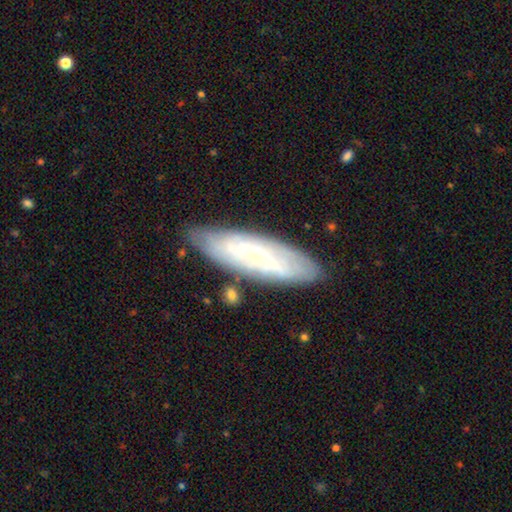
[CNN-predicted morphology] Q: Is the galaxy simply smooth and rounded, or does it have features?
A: featured or disk — 65%.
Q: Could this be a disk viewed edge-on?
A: no — 71%.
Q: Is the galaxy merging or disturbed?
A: none — 78%.